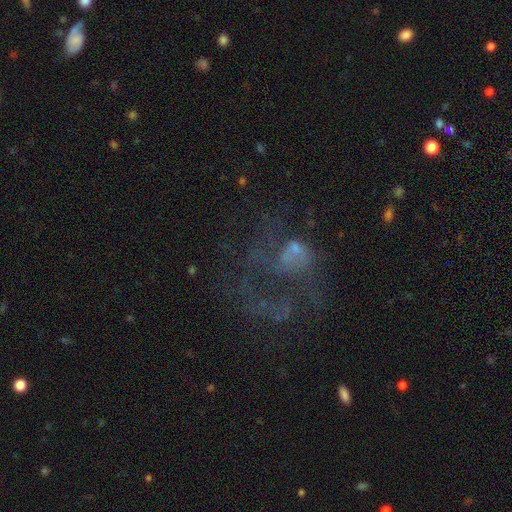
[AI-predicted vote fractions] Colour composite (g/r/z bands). It shows a featured or disk galaxy (56%) with no bar (83%), no spiral arms (61%) and no central bulge (43%). Merging: major disturbance (46%).